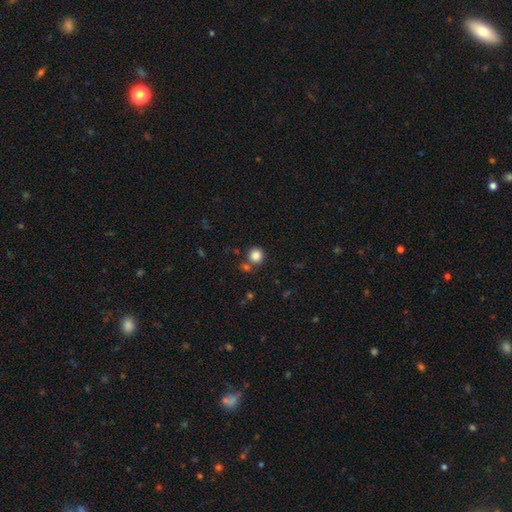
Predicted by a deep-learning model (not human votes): A smooth galaxy with no disk features (85%) that is round (93%). Merging: none (75%).